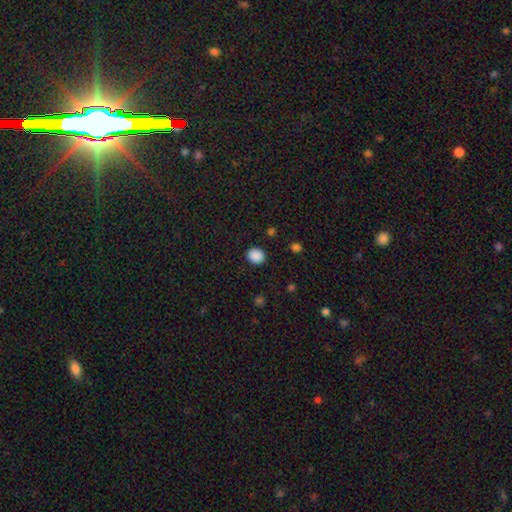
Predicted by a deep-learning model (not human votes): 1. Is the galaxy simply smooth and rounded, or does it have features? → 88% smooth, 9% star or artifact, 2% featured or disk.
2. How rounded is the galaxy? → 68% round, 32% in between, 1% cigar-shaped.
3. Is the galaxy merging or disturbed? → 90% none, 7% minor disturbance, 2% major disturbance, 1% merger.